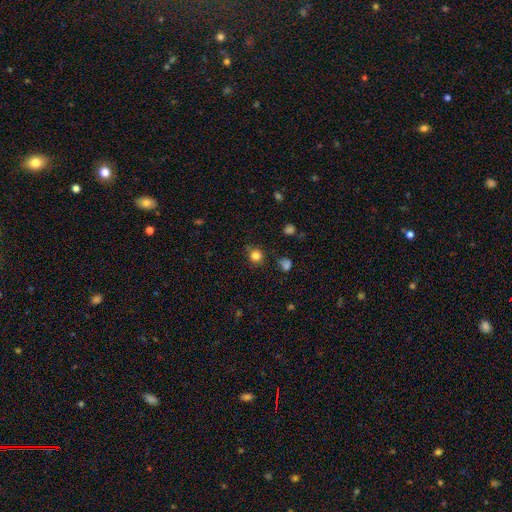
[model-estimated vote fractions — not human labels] The model was most divided on "merging": none: 79%, minor disturbance: 14%, major disturbance: 4%, merger: 3%. More confident: how rounded — round (89%); smooth or featured — smooth (81%).